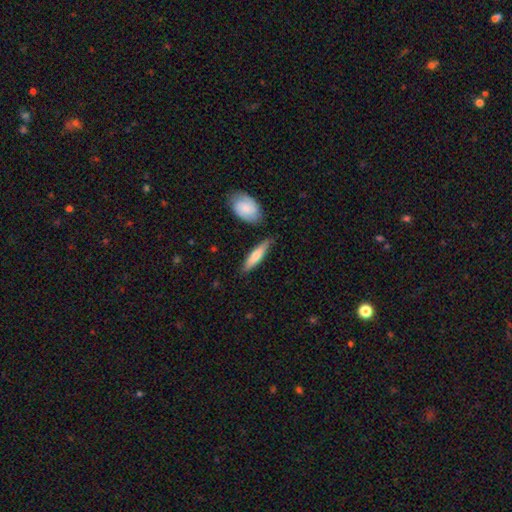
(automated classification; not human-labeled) This appears to be a smooth galaxy with no disk features (62%) that is cigar-shaped (74%). Merging: none (78%).